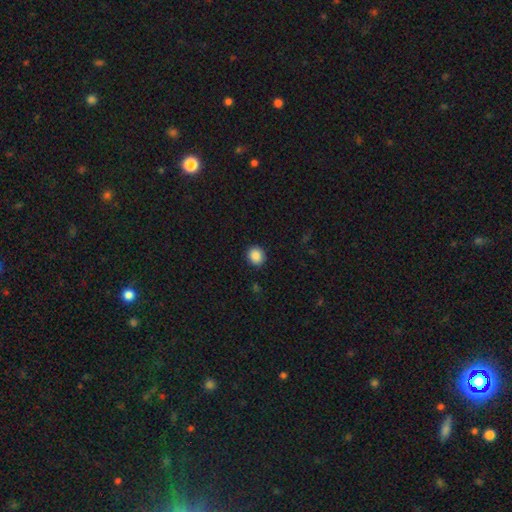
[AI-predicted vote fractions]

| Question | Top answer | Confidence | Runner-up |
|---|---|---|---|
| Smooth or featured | smooth | 88% | star or artifact (9%) |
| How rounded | round | 82% | in between (17%) |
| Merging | none | 90% | minor disturbance (7%) |